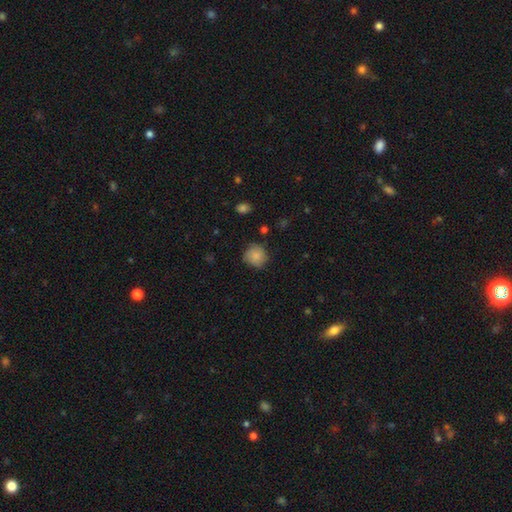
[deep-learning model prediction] smooth-or-featured: smooth: 85% | star or artifact: 8% | featured or disk: 8%
  how-rounded: round: 89% | in between: 10% | cigar-shaped: 1%
  merging: none: 78% | minor disturbance: 17% | major disturbance: 4% | merger: 2%